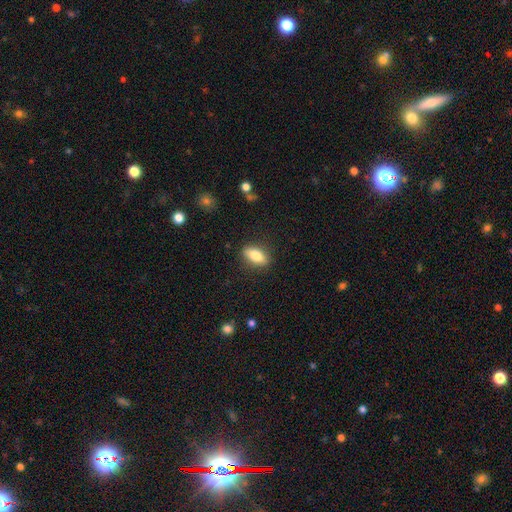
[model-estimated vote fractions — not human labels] A smooth galaxy with no disk features (77%) that is in between round and cigar-shaped (81%). Merging: none (86%).